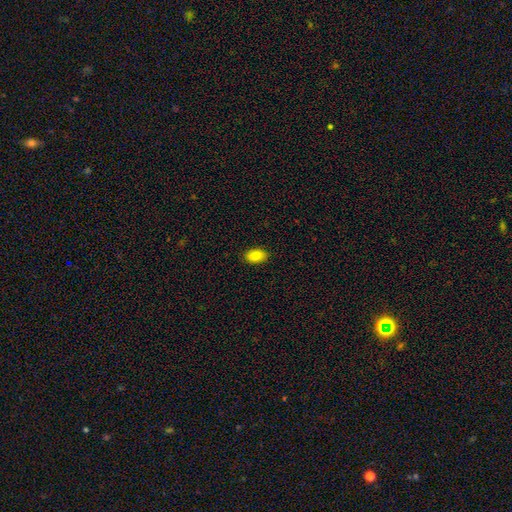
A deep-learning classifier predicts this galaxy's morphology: Smooth or featured? Predicted: smooth (p=0.83). How rounded? Predicted: in between (p=0.90). Merging? Predicted: none (p=0.89).